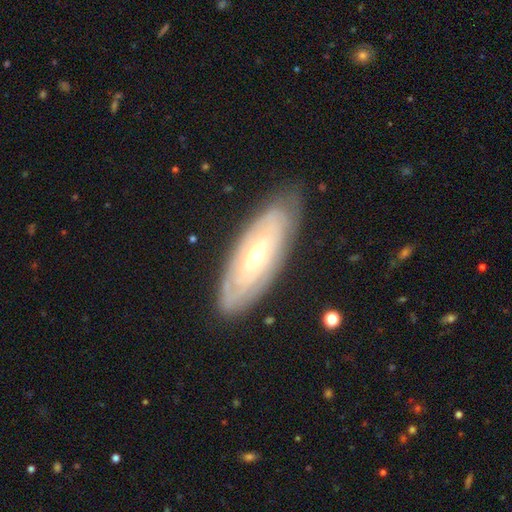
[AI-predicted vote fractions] Smooth or featured?
  - featured or disk: 75% *
  - smooth: 19%
  - star or artifact: 6%
Edge-on disk?
  - no: 83% *
  - yes: 17%
Bar?
  - no: 62% *
  - weak: 28%
  - strong: 10%
Spiral arms?
  - yes: 73% *
  - no: 27%
Bulge size?
  - moderate: 55% *
  - small: 41%
  - large: 2%
  - dominant: 1%
  - none: 1%
Merging?
  - none: 82% *
  - minor disturbance: 14%
  - major disturbance: 3%
  - merger: 1%